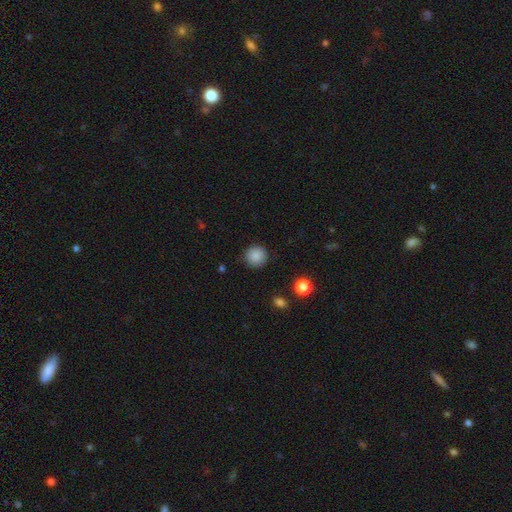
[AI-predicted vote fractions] Smooth or featured: smooth — 87% (star or artifact — 9%)
How rounded: round — 95% (in between — 4%)
Merging: none — 89% (minor disturbance — 7%)